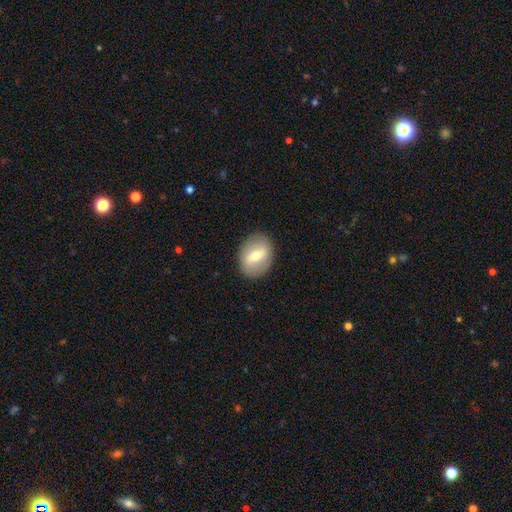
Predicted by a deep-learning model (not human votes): A smooth galaxy with no disk features (50%). Merging: none (86%).